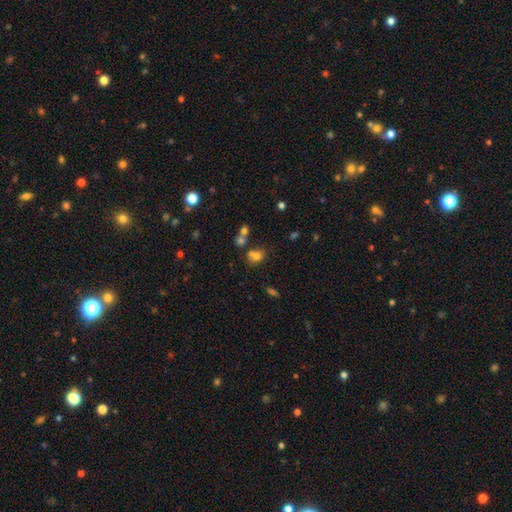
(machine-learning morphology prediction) Smooth or featured?
  - smooth: 69% *
  - star or artifact: 18%
  - featured or disk: 13%
How rounded?
  - round: 59% *
  - in between: 40%
  - cigar-shaped: 1%
Merging?
  - none: 46% *
  - merger: 37%
  - minor disturbance: 12%
  - major disturbance: 6%